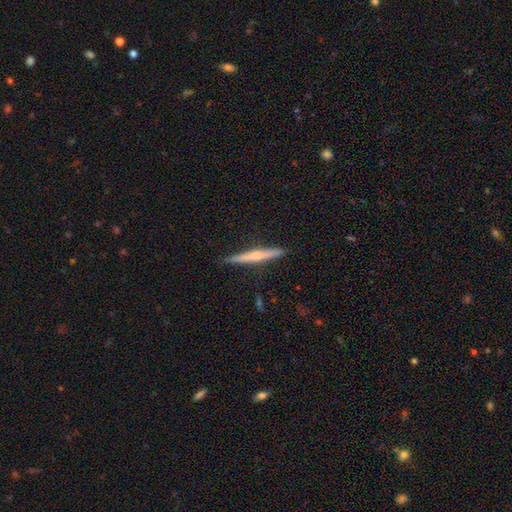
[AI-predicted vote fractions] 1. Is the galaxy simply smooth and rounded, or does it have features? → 59% featured or disk, 36% smooth, 6% star or artifact.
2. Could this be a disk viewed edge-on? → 98% yes, 2% no.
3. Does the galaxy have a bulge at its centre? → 67% rounded, 26% none, 7% boxy.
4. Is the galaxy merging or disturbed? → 90% none, 8% minor disturbance, 1% major disturbance, 1% merger.